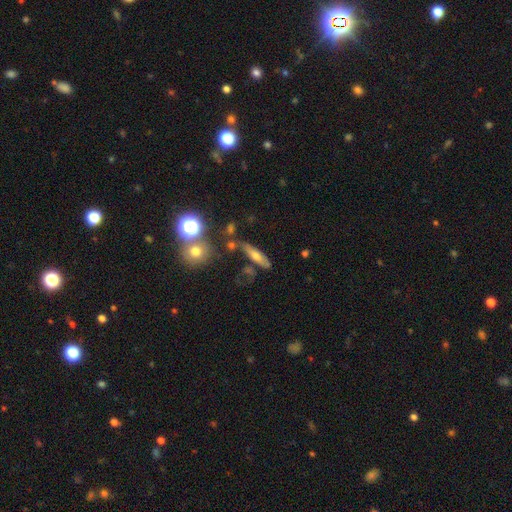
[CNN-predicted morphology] This appears to be a smooth galaxy with no disk features (49%). Merging: none (67%).